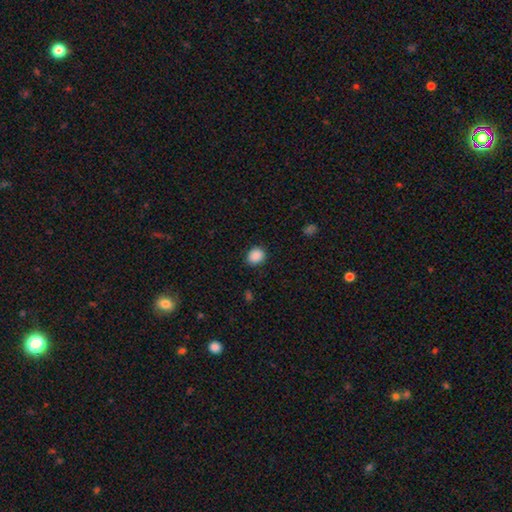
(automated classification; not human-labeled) A smooth galaxy with no disk features (89%) that is round (64%).

Vote fractions:
- Smooth or featured? smooth: 89% / star or artifact: 9% / featured or disk: 3%
- How rounded? round: 64% / in between: 35% / cigar-shaped: 1%
- Merging? none: 87% / minor disturbance: 9% / major disturbance: 2% / merger: 1%